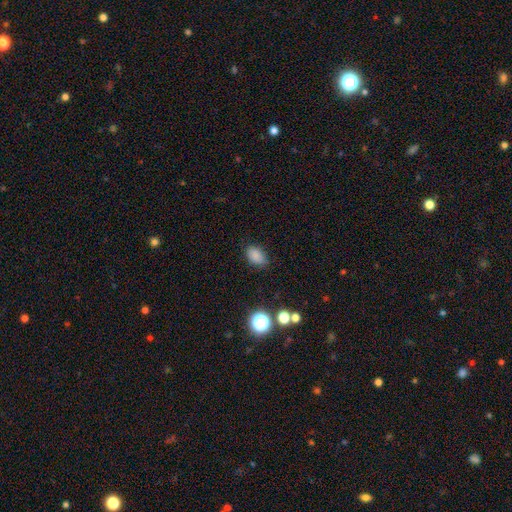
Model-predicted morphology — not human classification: The model was most divided on "merging": none: 80%, minor disturbance: 15%, major disturbance: 4%, merger: 2%. More confident: how rounded — in between (84%); smooth or featured — smooth (82%).